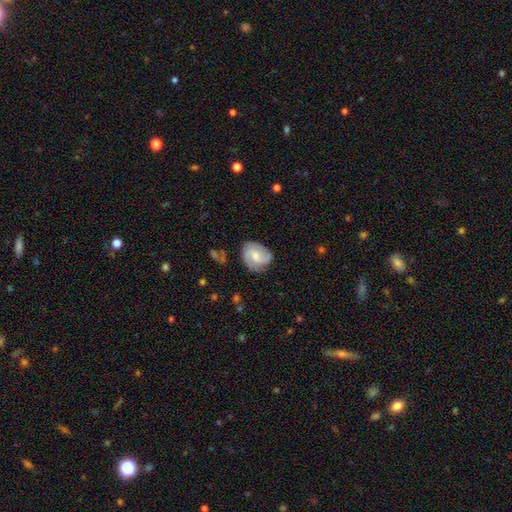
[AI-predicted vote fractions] A featured or disk galaxy (67%) with a weak bar (48%), 2 (68%) medium (47%) spiral arms (93%) and a moderate central bulge (49%). Merging: none (74%).